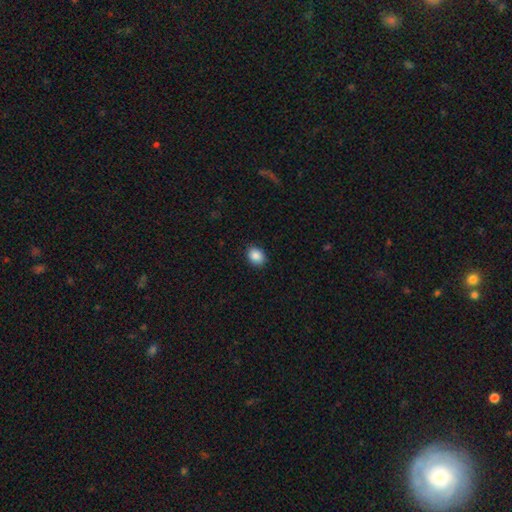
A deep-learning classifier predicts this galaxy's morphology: A smooth galaxy with no disk features (88%) that is in between round and cigar-shaped (55%). Merging: none (90%).